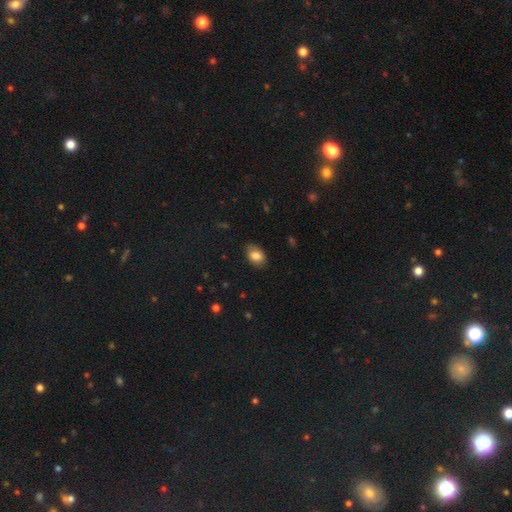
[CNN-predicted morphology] This is clearly a smooth galaxy (84%). How rounded: likely in between (77%). Merging: clearly none (81%).